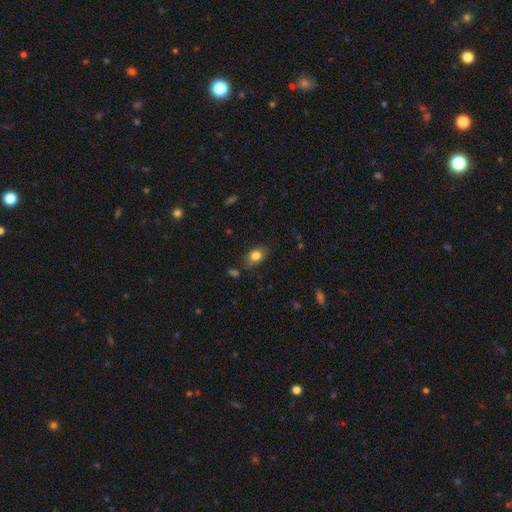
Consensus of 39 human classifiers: smooth_or_featured: smooth (p=0.72) [alt: featured or disk p=0.18]
how_rounded: in between (p=0.71) [alt: round p=0.25]
merging: none (p=0.80) [alt: minor disturbance p=0.14]